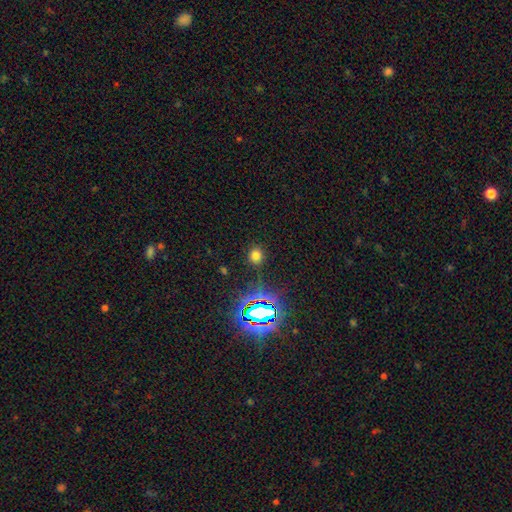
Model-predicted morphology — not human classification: Smooth or featured?
  - smooth: 68% *
  - star or artifact: 26%
  - featured or disk: 6%
How rounded?
  - round: 84% *
  - in between: 15%
  - cigar-shaped: 1%
Merging?
  - none: 87% *
  - minor disturbance: 8%
  - major disturbance: 3%
  - merger: 2%